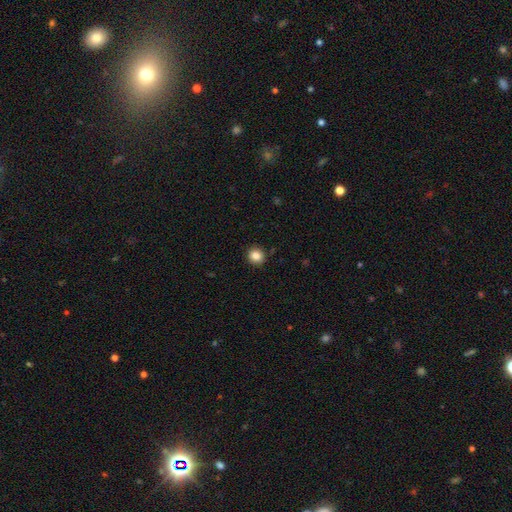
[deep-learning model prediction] Morphology: type=smooth (86%); roundness=round (89%); merging=none (91%).